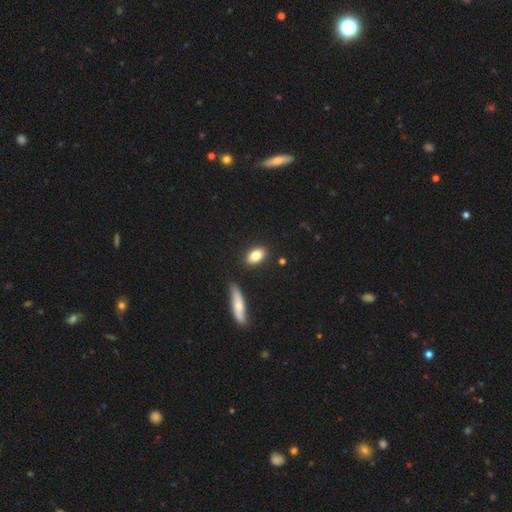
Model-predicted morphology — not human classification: type=smooth (80%); roundness=in between (86%); merging=none (86%).